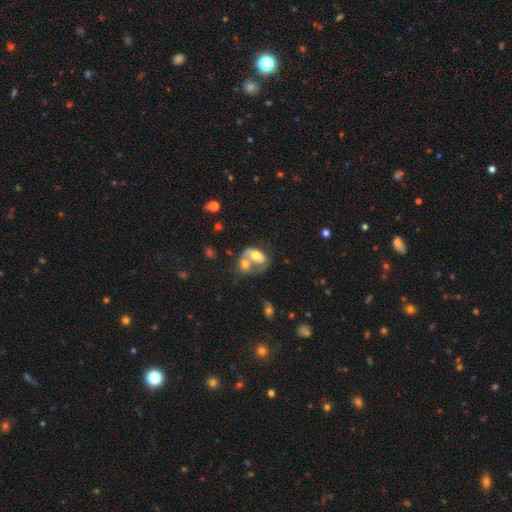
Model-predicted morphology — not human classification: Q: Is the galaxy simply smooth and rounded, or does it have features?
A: smooth — 57%.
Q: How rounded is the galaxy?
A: in between — 83%.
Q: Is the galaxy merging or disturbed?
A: merger — 71%.